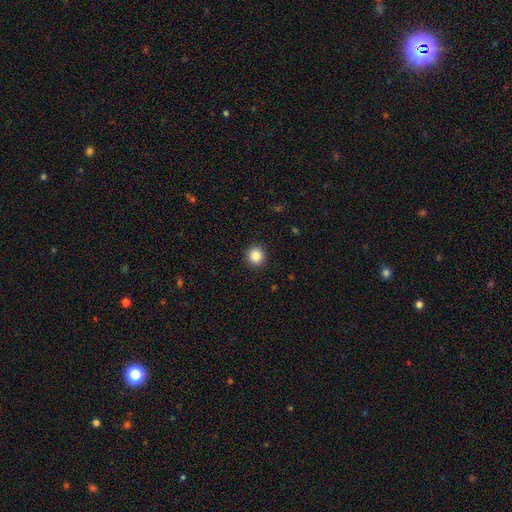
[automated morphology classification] The model was most divided on "smooth or featured": smooth: 86%, star or artifact: 10%, featured or disk: 4%. More confident: how rounded — round (93%); merging — none (92%).